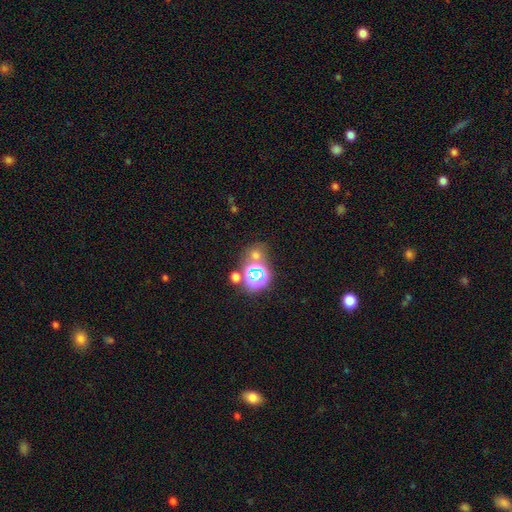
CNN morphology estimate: Overall: smooth (47%; star or artifact 43%). Merging: none (60%; merger 24%).